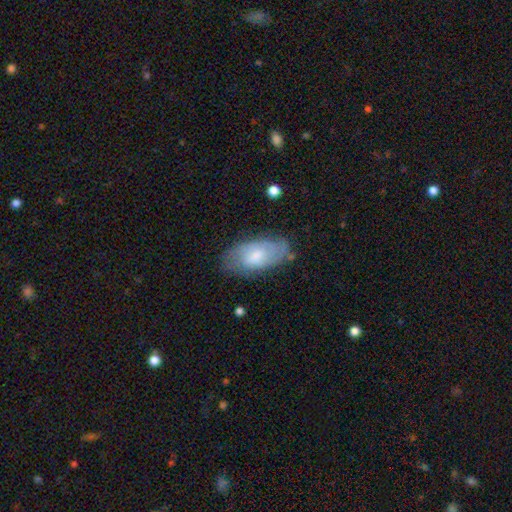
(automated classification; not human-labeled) Smooth or featured? smooth (49%)
Merging? none (68%)